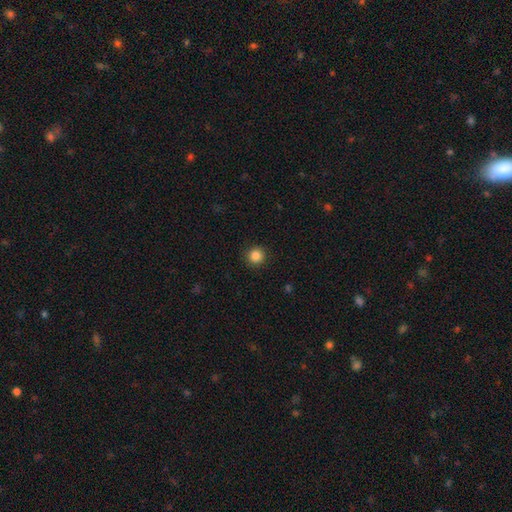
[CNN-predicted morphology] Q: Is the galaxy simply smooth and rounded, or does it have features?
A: smooth — 86%.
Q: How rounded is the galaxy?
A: round — 94%.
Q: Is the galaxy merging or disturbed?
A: none — 92%.